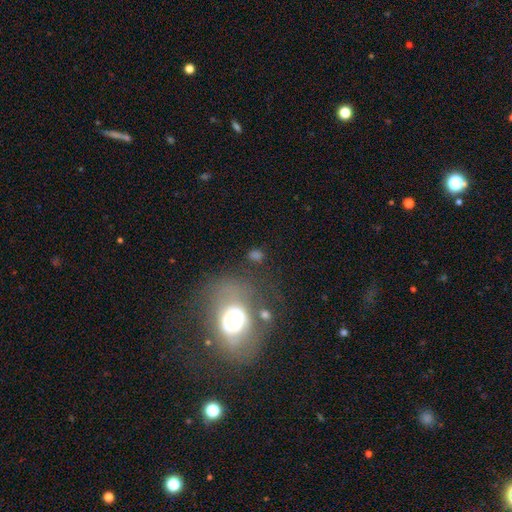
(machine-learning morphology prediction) smooth 41%, featured or disk 37%, star or artifact 22%. Down the decision tree: merging — none (57%).